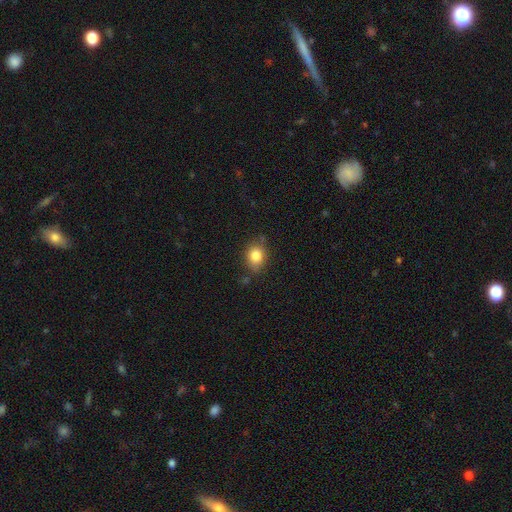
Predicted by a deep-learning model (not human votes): A smooth galaxy with no disk features (83%) that is in between round and cigar-shaped (50%). Merging: none (75%).